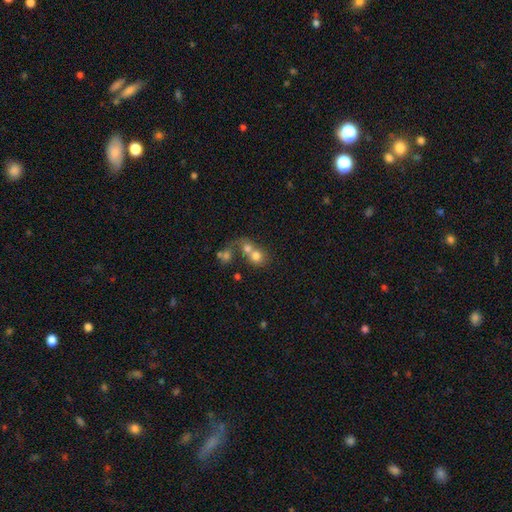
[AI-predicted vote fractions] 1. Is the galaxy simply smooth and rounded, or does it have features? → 70% smooth, 19% featured or disk, 11% star or artifact.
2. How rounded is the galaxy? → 74% round, 25% in between, 1% cigar-shaped.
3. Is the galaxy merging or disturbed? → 68% merger, 22% none, 5% minor disturbance, 5% major disturbance.